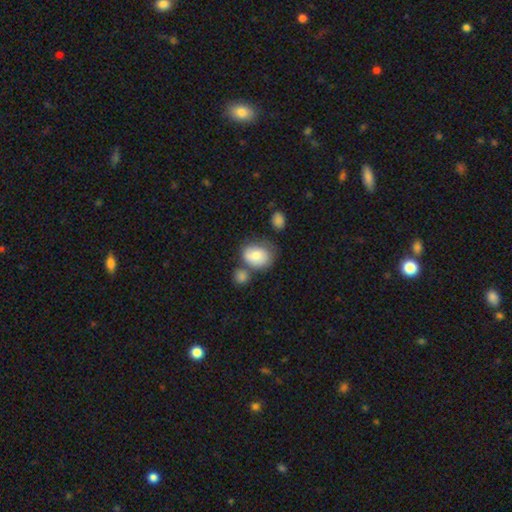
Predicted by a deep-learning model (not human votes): Morphology: type=smooth (75%); roundness=in between (56%); merging=none (44%).